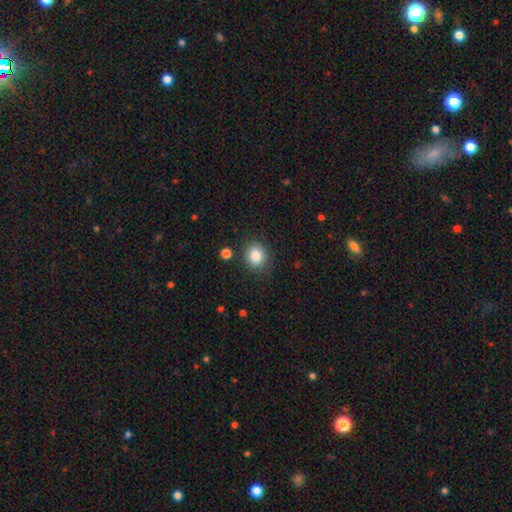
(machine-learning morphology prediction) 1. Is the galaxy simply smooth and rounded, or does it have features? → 85% smooth, 9% star or artifact, 5% featured or disk.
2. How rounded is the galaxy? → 71% round, 28% in between, 1% cigar-shaped.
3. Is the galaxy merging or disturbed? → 85% none, 10% minor disturbance, 3% major disturbance, 3% merger.